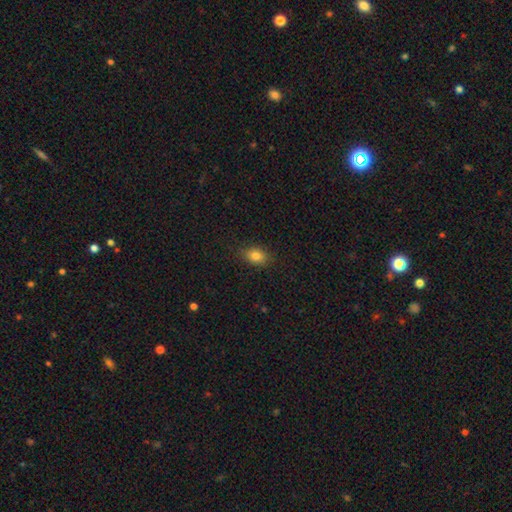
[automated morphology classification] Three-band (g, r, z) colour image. It shows a smooth galaxy with no disk features (84%) that is in between round and cigar-shaped (74%). Merging: none (85%).